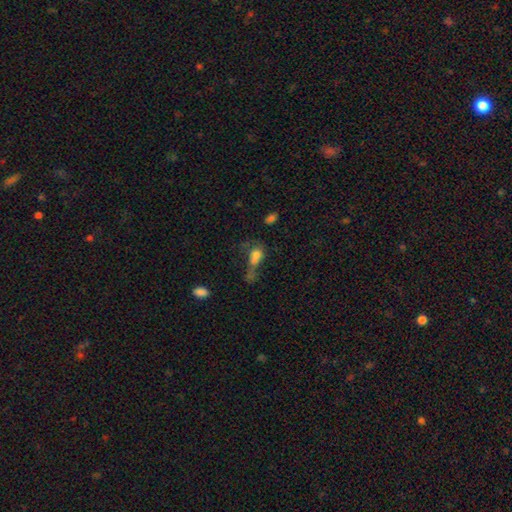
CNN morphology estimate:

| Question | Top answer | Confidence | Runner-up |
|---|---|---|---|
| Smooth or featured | smooth | 63% | featured or disk (23%) |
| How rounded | in between | 70% | round (22%) |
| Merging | major disturbance | 37% | merger (32%) |